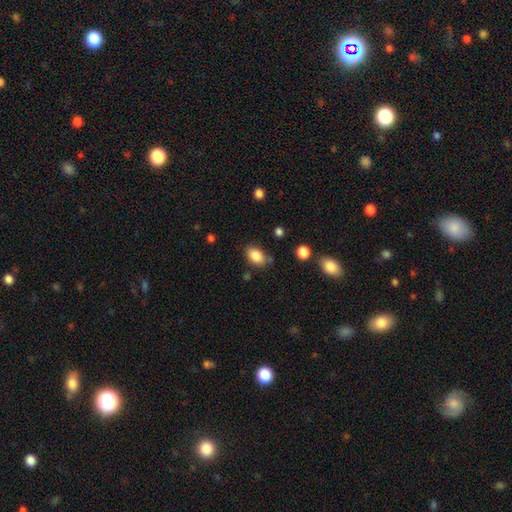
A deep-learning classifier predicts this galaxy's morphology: Overall: smooth (85%). How rounded: in between (86%). Merging: none (77%).